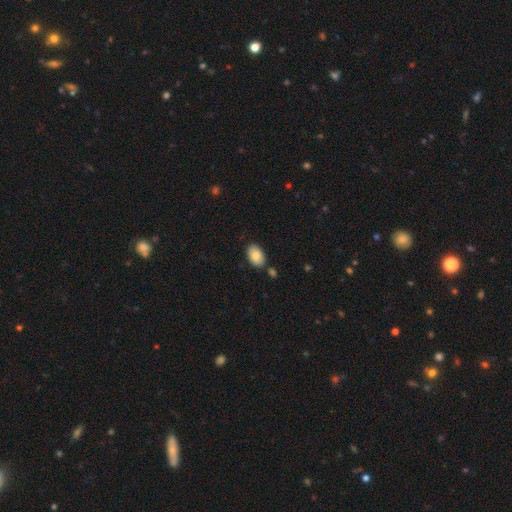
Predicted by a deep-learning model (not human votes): Smooth or featured? Predicted: smooth (p=0.84). How rounded? Predicted: in between (p=0.92). Merging? Predicted: none (p=0.80).